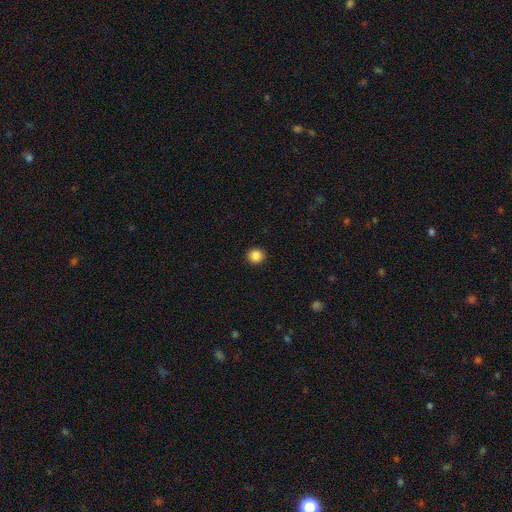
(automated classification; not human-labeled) This is clearly a smooth galaxy (86%). How rounded: clearly round (91%). Merging: clearly none (92%).